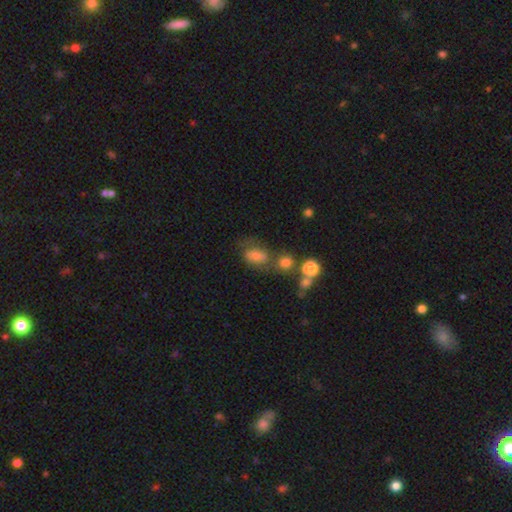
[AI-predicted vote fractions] This is likely a smooth galaxy (62%). How rounded: likely in between (72%). Merging: marginally none (44%).